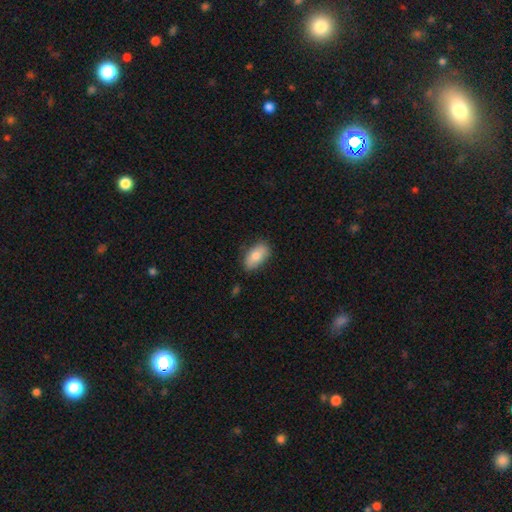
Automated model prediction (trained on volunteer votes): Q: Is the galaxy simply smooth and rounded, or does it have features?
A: smooth — 80%.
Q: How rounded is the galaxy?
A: in between — 93%.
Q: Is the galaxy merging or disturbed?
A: none — 78%.